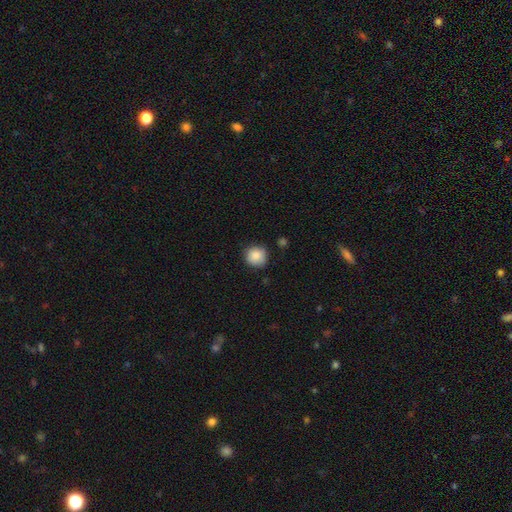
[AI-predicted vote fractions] Morphology: type=smooth (87%); roundness=round (91%); merging=none (82%).